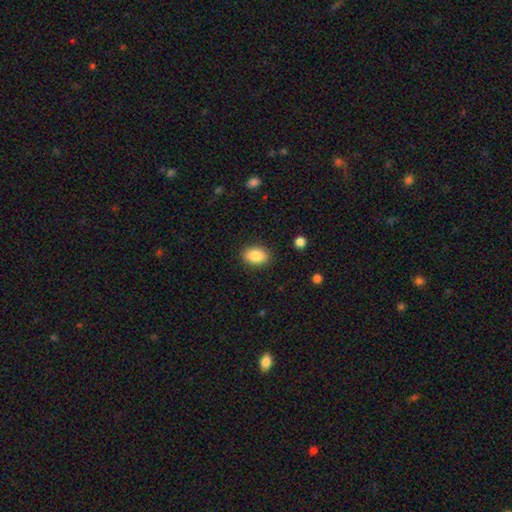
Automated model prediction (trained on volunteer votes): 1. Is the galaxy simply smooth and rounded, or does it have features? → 87% smooth, 7% star or artifact, 5% featured or disk.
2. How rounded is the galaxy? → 86% in between, 13% round, 1% cigar-shaped.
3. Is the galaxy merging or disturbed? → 88% none, 8% minor disturbance, 2% major disturbance, 1% merger.